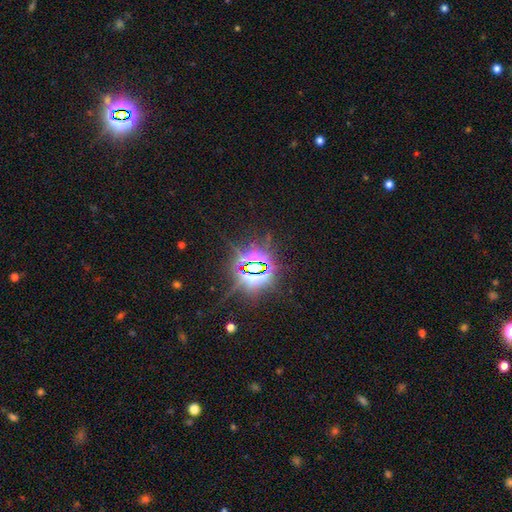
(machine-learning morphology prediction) Smooth or featured: star or artifact — 86% (featured or disk — 8%)